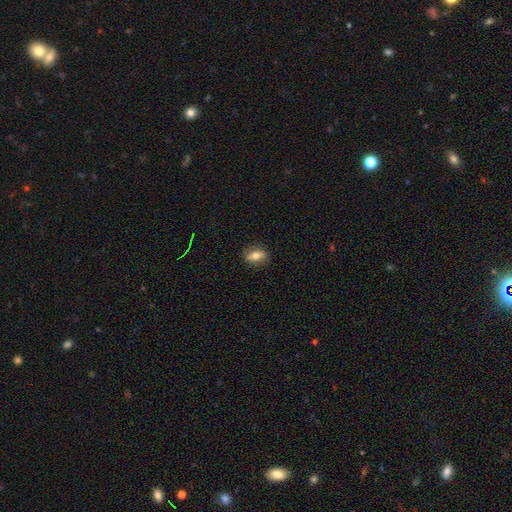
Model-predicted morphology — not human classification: smooth_or_featured: smooth (p=0.69) [alt: featured or disk p=0.23]
how_rounded: in between (p=0.75) [alt: round p=0.14]
merging: none (p=0.85) [alt: minor disturbance p=0.11]